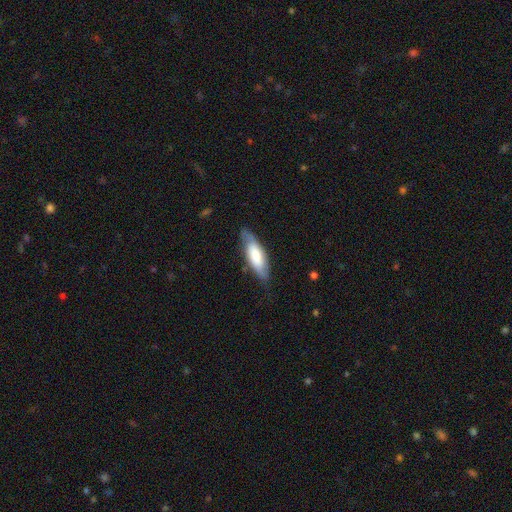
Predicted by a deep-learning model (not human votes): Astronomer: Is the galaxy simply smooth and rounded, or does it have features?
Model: smooth — 56% (runner-up: featured or disk, 38%).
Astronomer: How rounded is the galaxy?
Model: in between — 63%.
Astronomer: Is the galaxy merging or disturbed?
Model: none — 69%.